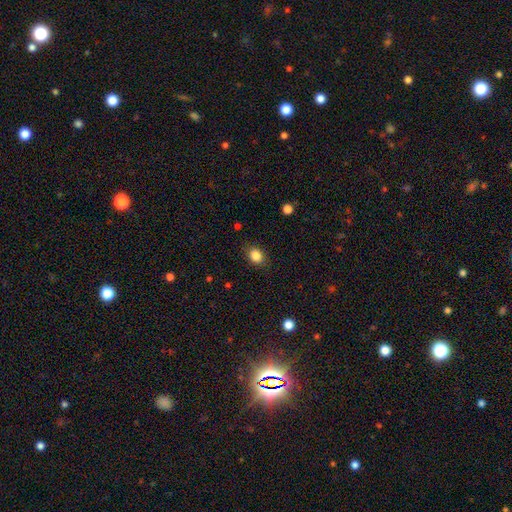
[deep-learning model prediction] Morphology: type=smooth (86%); roundness=in between (55%); merging=none (84%).